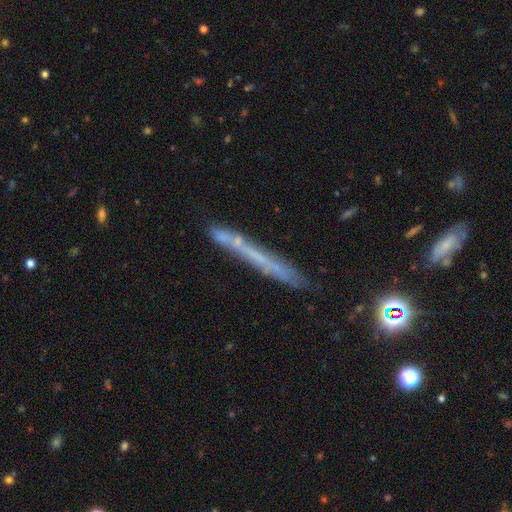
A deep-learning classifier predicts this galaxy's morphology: smooth_or_featured: featured or disk (p=0.46) [alt: smooth p=0.41]
merging: none (p=0.72) [alt: minor disturbance p=0.16]